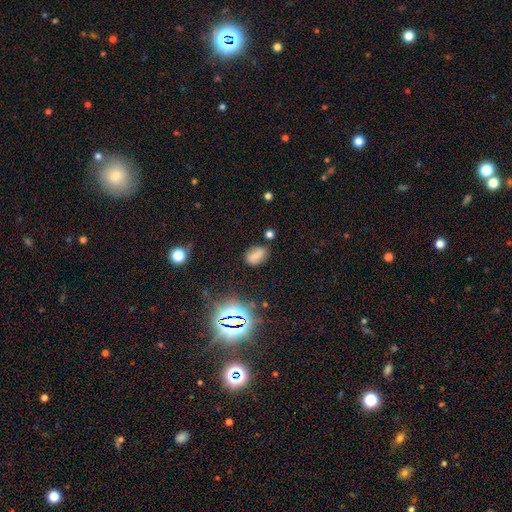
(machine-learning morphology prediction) Smooth or featured: smooth — 70% (star or artifact — 20%)
How rounded: in between — 87% (round — 11%)
Merging: none — 71% (minor disturbance — 18%)